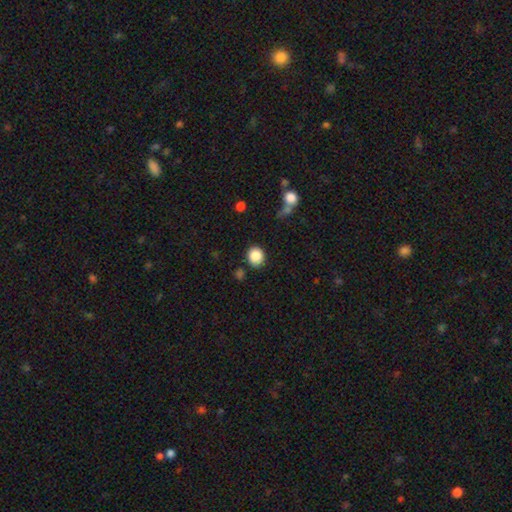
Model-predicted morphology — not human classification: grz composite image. It shows a smooth galaxy with no disk features (88%) that is round (80%). Merging: none (84%).